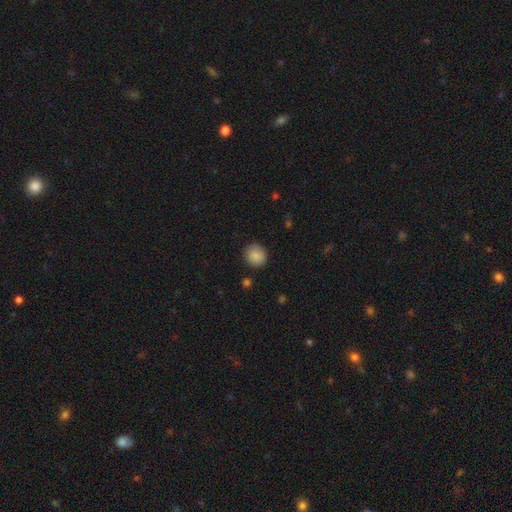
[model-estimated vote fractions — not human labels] A smooth galaxy with no disk features (88%) that is round (84%). Merging: none (89%).